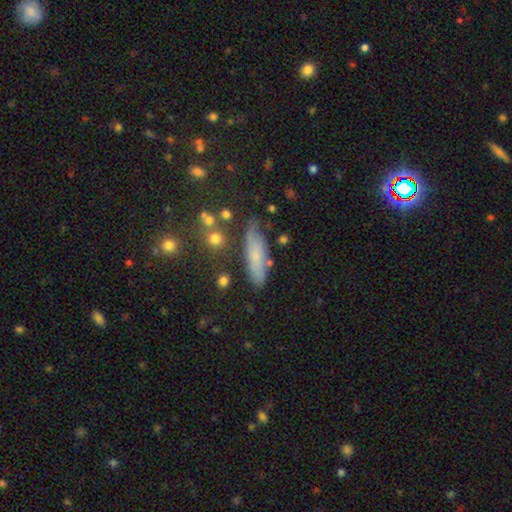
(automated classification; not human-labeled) Smooth or featured? smooth (63%)
How rounded? cigar-shaped (62%)
Merging? none (71%)